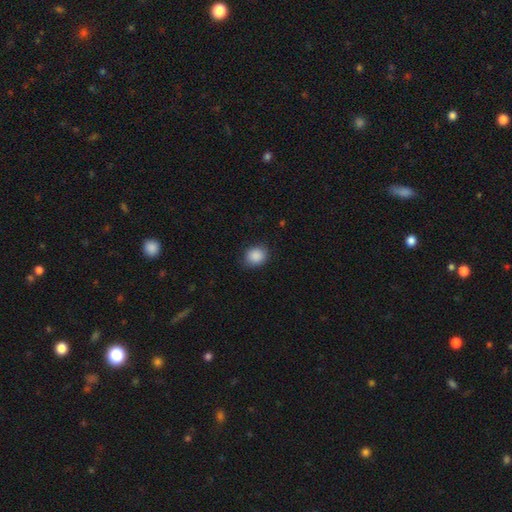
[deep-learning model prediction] Q: Smooth or featured?
A: smooth (89%); runner-up: star or artifact (8%)
Q: How rounded?
A: round (64%); runner-up: in between (36%)
Q: Merging?
A: none (83%); runner-up: minor disturbance (13%)